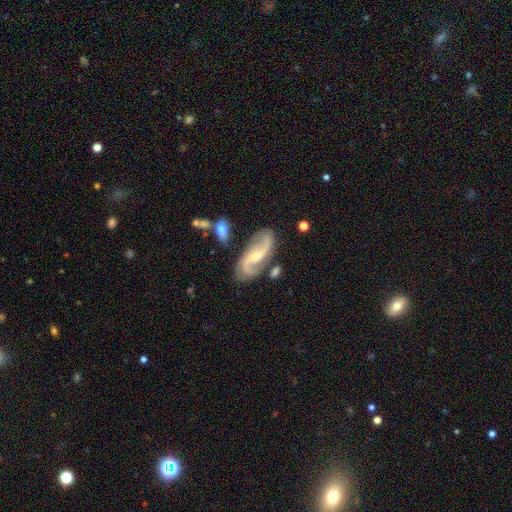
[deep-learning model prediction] This appears to be a featured or disk galaxy (88%) with no bar (42%), 2 (93%) loose (52%) spiral arms (97%) and a small central bulge (57%). Merging: none (74%).